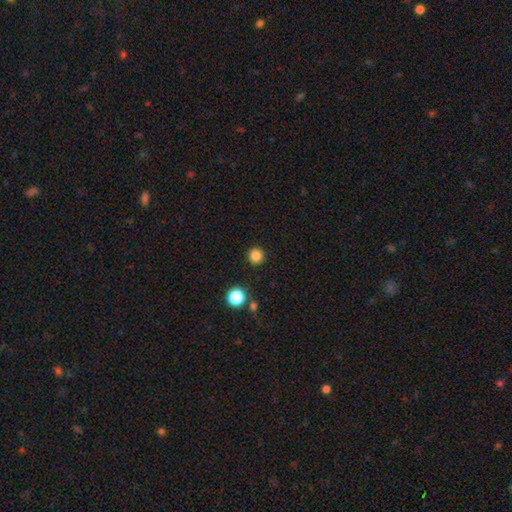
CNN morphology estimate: A smooth galaxy with no disk features (84%) that is round (95%).

Vote fractions:
- Smooth or featured? smooth: 84% / star or artifact: 12% / featured or disk: 4%
- How rounded? round: 95% / in between: 4% / cigar-shaped: 1%
- Merging? none: 92% / minor disturbance: 5% / major disturbance: 2% / merger: 2%